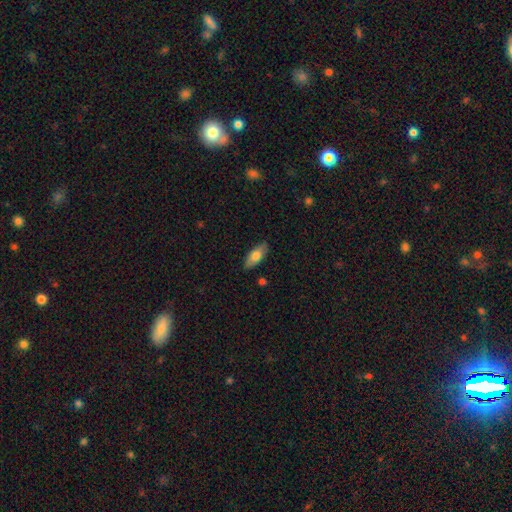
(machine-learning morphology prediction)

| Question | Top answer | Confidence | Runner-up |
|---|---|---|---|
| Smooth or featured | smooth | 73% | featured or disk (21%) |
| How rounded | in between | 82% | cigar-shaped (15%) |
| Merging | none | 86% | minor disturbance (10%) |